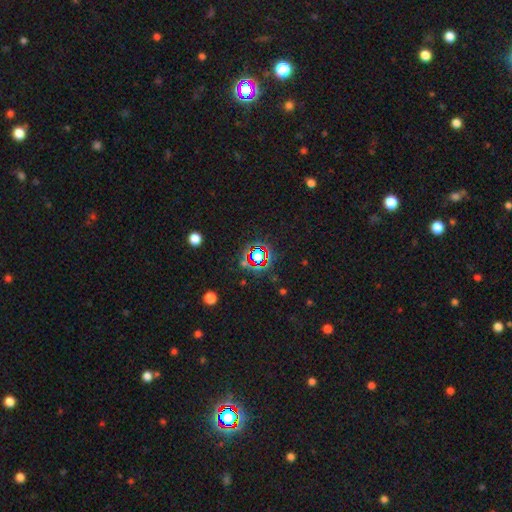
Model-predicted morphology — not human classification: Smooth or featured?
  - star or artifact: 72% *
  - smooth: 18%
  - featured or disk: 10%